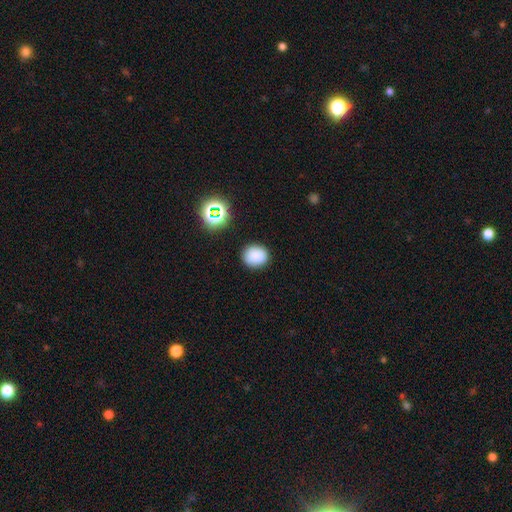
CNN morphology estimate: Smooth or featured?
  - smooth: 83% *
  - star or artifact: 13%
  - featured or disk: 4%
How rounded?
  - round: 74% *
  - in between: 25%
  - cigar-shaped: 1%
Merging?
  - none: 87% *
  - minor disturbance: 8%
  - major disturbance: 2%
  - merger: 2%